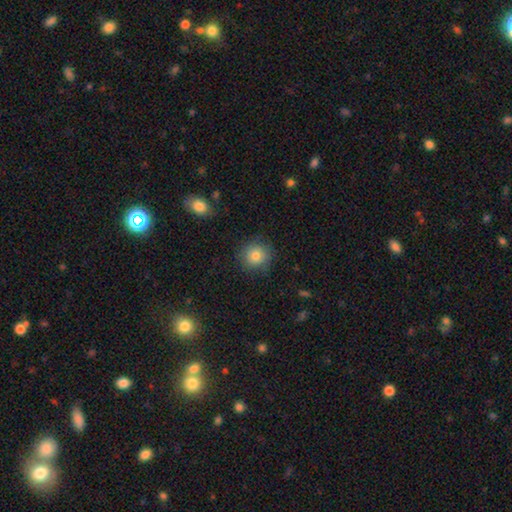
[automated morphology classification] A smooth galaxy with no disk features (80%) that is round (91%). Merging: none (84%).